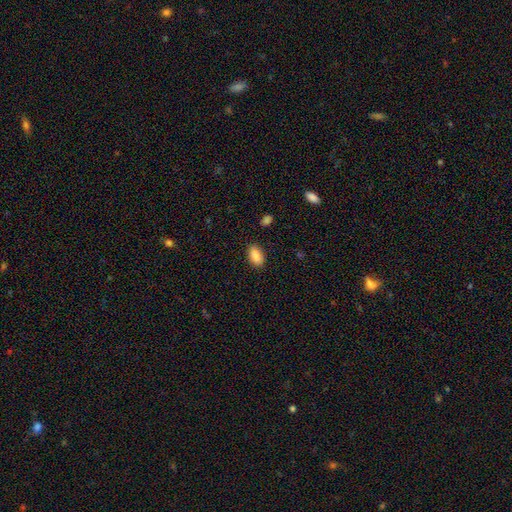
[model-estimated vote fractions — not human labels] A smooth galaxy with no disk features (88%) that is in between round and cigar-shaped (91%).

Vote fractions:
- Smooth or featured? smooth: 88% / star or artifact: 8% / featured or disk: 4%
- How rounded? in between: 91% / round: 6% / cigar-shaped: 3%
- Merging? none: 86% / minor disturbance: 10% / major disturbance: 2% / merger: 1%